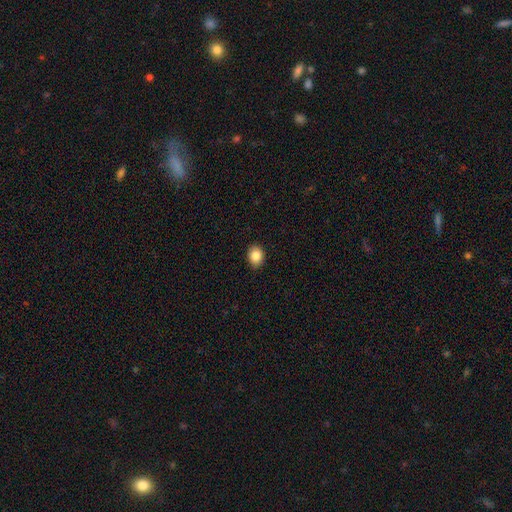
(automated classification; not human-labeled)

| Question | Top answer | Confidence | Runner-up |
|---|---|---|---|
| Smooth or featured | smooth | 86% | star or artifact (9%) |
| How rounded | in between | 56% | round (43%) |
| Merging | none | 88% | minor disturbance (9%) |